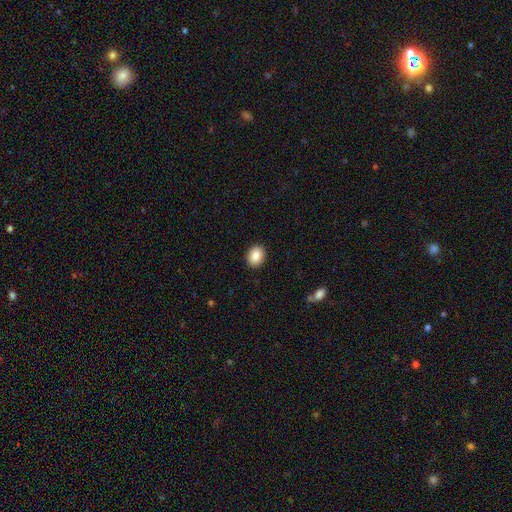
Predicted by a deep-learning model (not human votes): smooth-or-featured: smooth: 87% | star or artifact: 8% | featured or disk: 5%
  how-rounded: in between: 54% | round: 45% | cigar-shaped: 1%
  merging: none: 91% | minor disturbance: 6% | major disturbance: 2% | merger: 1%